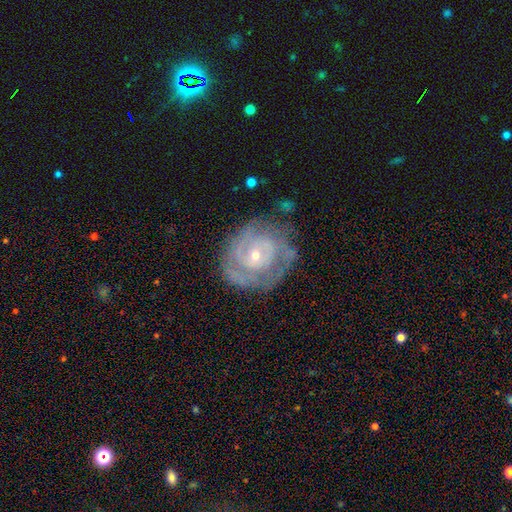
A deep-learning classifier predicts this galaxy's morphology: smooth_or_featured: featured or disk (p=0.80) [alt: smooth p=0.13]
disk_edge_on: no (p=0.97) [alt: yes p=0.03]
bar: no (p=0.71) [alt: weak p=0.23]
has_spiral_arms: yes (p=0.86) [alt: no p=0.14]
spiral_winding: tight (p=0.67) [alt: medium p=0.26]
spiral_arm_count: can't tell (p=0.39) [alt: 2 p=0.31]
bulge_size: small (p=0.64) [alt: moderate p=0.33]
merging: none (p=0.66) [alt: minor disturbance p=0.21]